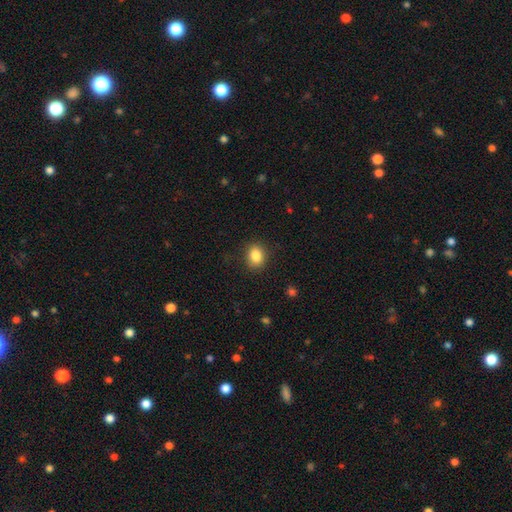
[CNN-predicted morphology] Smooth or featured: smooth — 85% (star or artifact — 9%)
How rounded: in between — 50% (round — 49%)
Merging: none — 86% (minor disturbance — 10%)